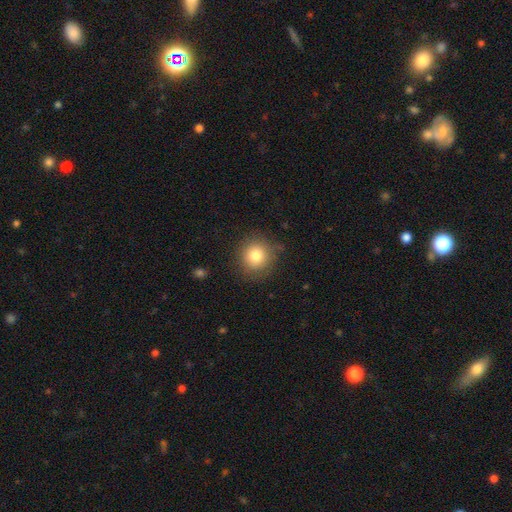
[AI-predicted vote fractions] Q: Smooth or featured?
A: smooth (80%); runner-up: star or artifact (11%)
Q: How rounded?
A: round (91%); runner-up: in between (8%)
Q: Merging?
A: none (84%); runner-up: minor disturbance (11%)